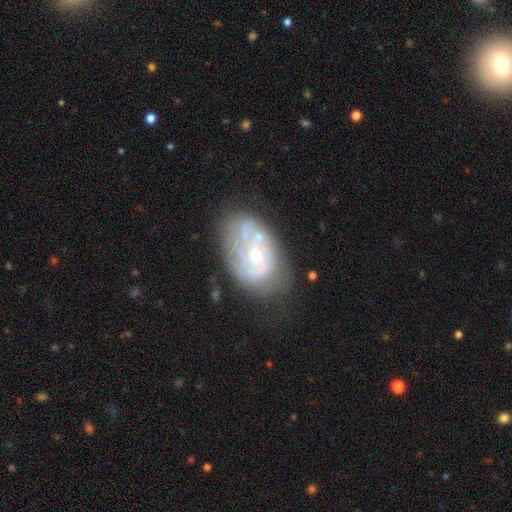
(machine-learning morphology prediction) A featured or disk galaxy (72%) with no bar (75%), spiral arms (64%) and a small central bulge (52%).

Vote fractions:
- Smooth or featured? featured or disk: 72% / smooth: 20% / star or artifact: 8%
- Edge-on disk? no: 97% / yes: 3%
- Bar? no: 75% / weak: 21% / strong: 4%
- Spiral arms? yes: 64% / no: 36%
- Bulge size? small: 52% / moderate: 41% / none: 3% / large: 2% / dominant: 1%
- Merging? none: 50% / minor disturbance: 25% / major disturbance: 16% / merger: 9%